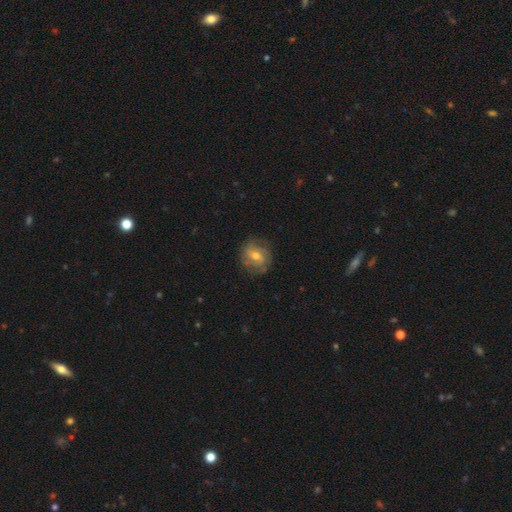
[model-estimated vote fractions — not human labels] smooth_or_featured: featured or disk (p=0.56) [alt: smooth p=0.35]
disk_edge_on: no (p=0.96) [alt: yes p=0.04]
bar: no (p=0.46) [alt: weak p=0.42]
has_spiral_arms: yes (p=0.78) [alt: no p=0.22]
bulge_size: moderate (p=0.64) [alt: small p=0.30]
merging: none (p=0.75) [alt: minor disturbance p=0.17]